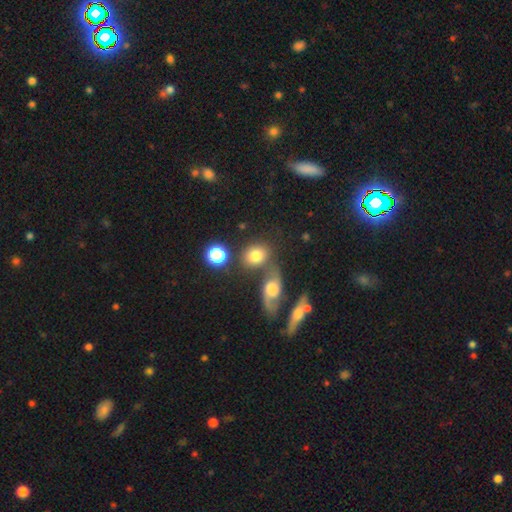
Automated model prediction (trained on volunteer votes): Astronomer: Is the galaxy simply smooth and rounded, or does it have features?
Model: smooth — 73%.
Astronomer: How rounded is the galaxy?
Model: round — 53% (runner-up: in between, 45%).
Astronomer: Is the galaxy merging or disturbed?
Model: none — 54%.